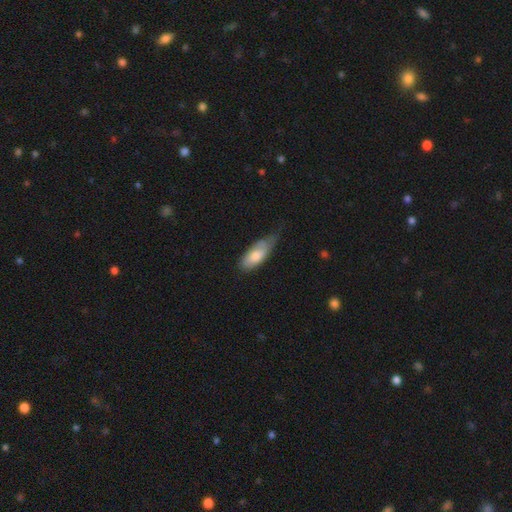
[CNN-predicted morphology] The model was most divided on "merging": minor disturbance: 47%, none: 35%, major disturbance: 16%, merger: 2%. More confident: how rounded — in between (78%); smooth or featured — smooth (73%).